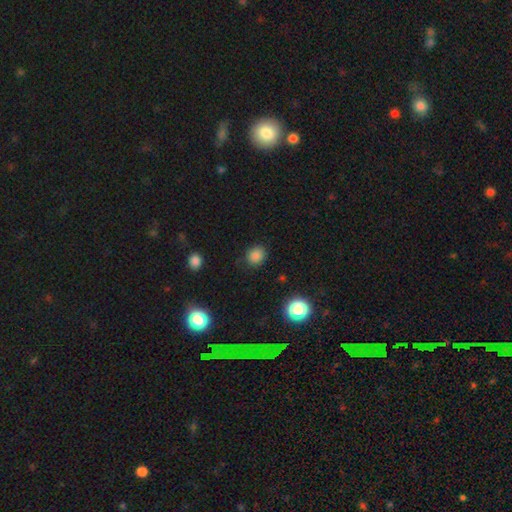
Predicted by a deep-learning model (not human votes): smooth-or-featured: smooth: 83% | star or artifact: 13% | featured or disk: 4%
  how-rounded: round: 76% | in between: 23% | cigar-shaped: 1%
  merging: none: 85% | minor disturbance: 11% | major disturbance: 3% | merger: 2%